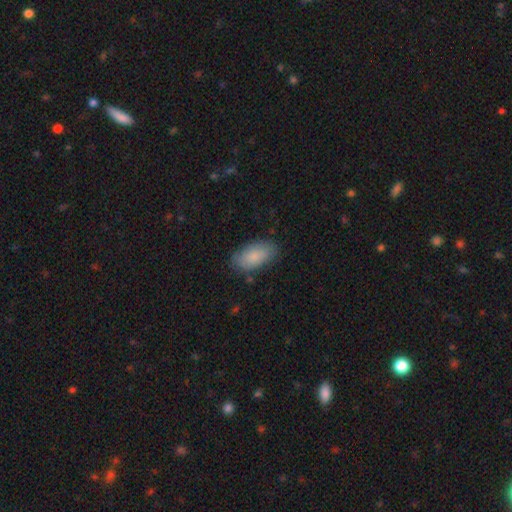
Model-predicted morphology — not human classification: Overall: smooth (82%). How rounded: in between (94%). Merging: none (76%).